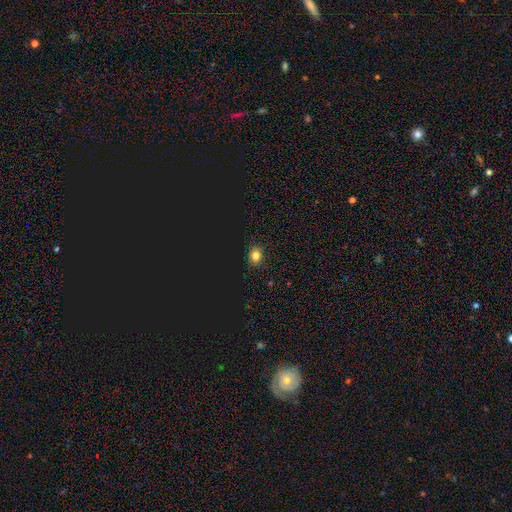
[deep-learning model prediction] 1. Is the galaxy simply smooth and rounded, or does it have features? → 74% smooth, 22% star or artifact, 5% featured or disk.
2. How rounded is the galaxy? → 60% round, 39% in between, 1% cigar-shaped.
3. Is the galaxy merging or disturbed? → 87% none, 10% minor disturbance, 2% major disturbance, 1% merger.